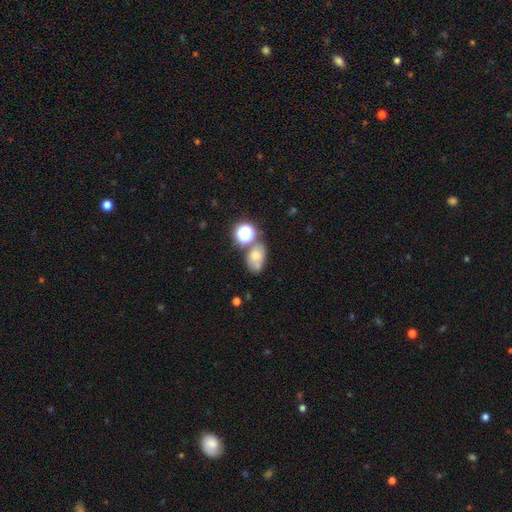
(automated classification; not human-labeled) smooth 48%, star or artifact 28%, featured or disk 24%. Down the decision tree: merging — none (55%).